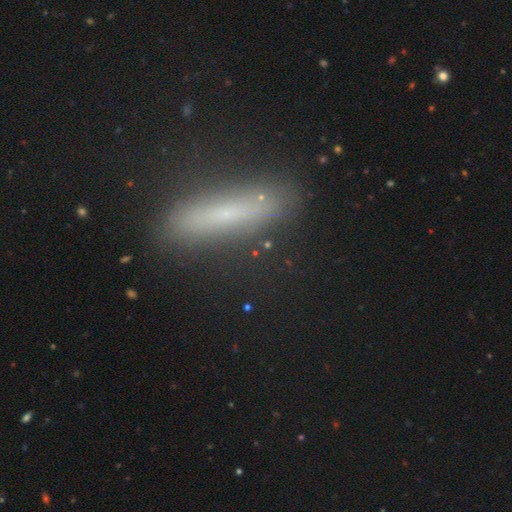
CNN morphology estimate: A smooth galaxy with no disk features (50%).

Vote fractions:
- Smooth or featured? smooth: 50% / featured or disk: 38% / star or artifact: 12%
- Merging? none: 82% / minor disturbance: 12% / major disturbance: 4% / merger: 2%